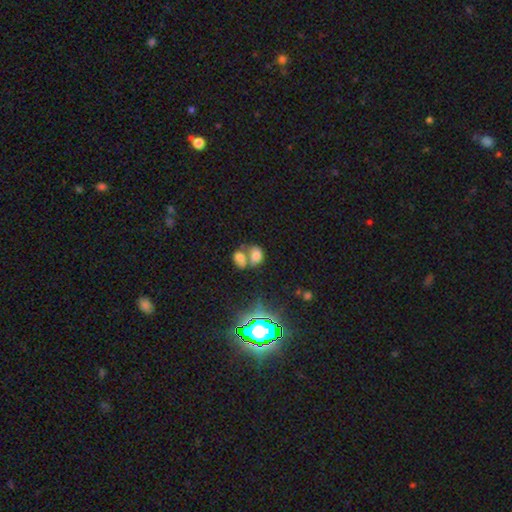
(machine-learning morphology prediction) Overall: smooth (66%). How rounded: in between (76%). Merging: merger (64%).